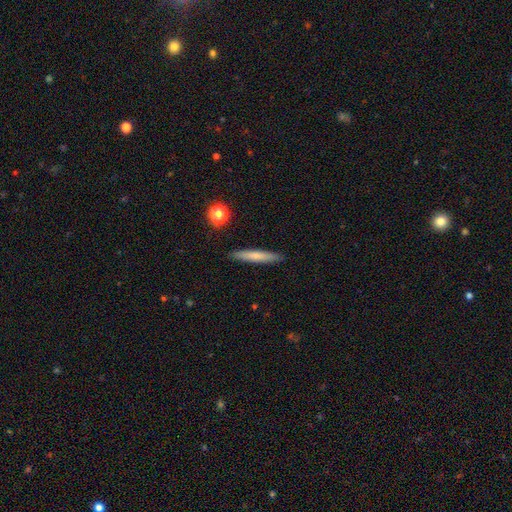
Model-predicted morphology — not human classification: This is likely a smooth galaxy (67%). How rounded: clearly cigar-shaped (94%). Merging: clearly none (91%).